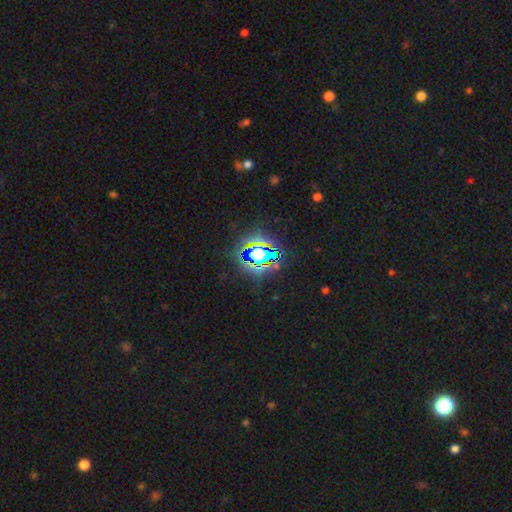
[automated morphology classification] Smooth or featured? star or artifact (66%)